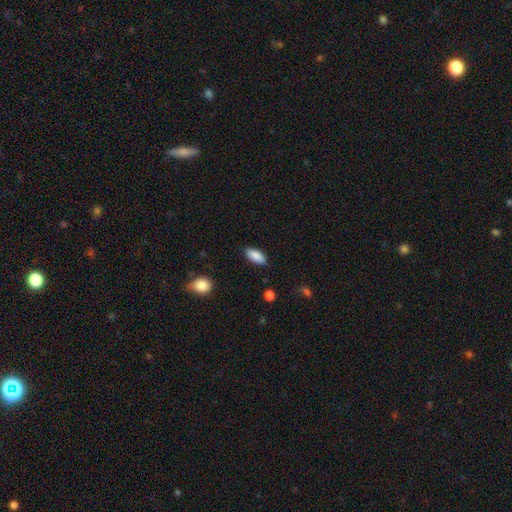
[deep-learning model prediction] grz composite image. It shows a smooth galaxy with no disk features (88%) that is in between round and cigar-shaped (85%). Merging: none (86%).